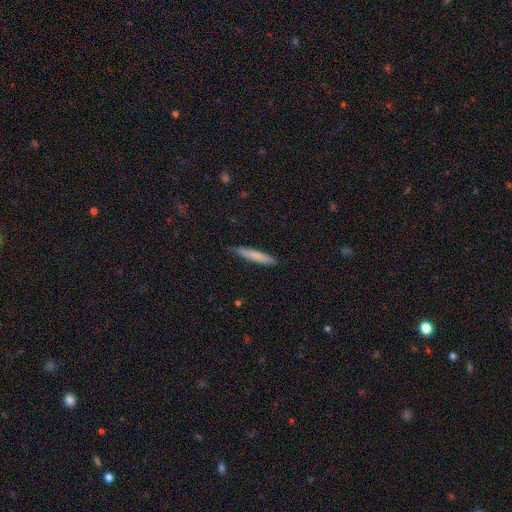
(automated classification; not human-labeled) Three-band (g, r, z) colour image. It shows a smooth galaxy with no disk features (77%) that is cigar-shaped (94%). Merging: none (85%).